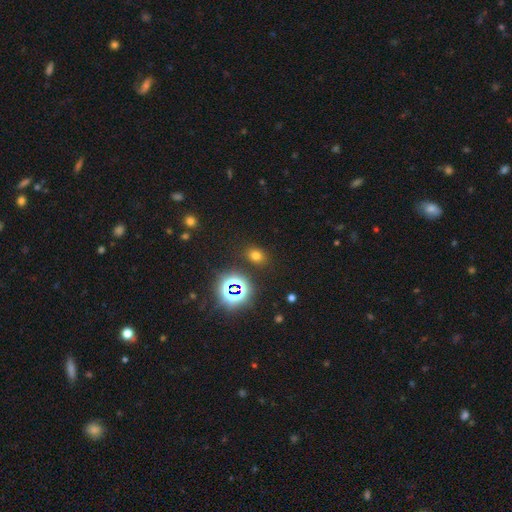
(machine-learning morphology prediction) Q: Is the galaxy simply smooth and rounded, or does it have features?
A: smooth — 64%.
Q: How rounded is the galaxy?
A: in between — 55%.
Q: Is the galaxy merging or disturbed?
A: none — 86%.